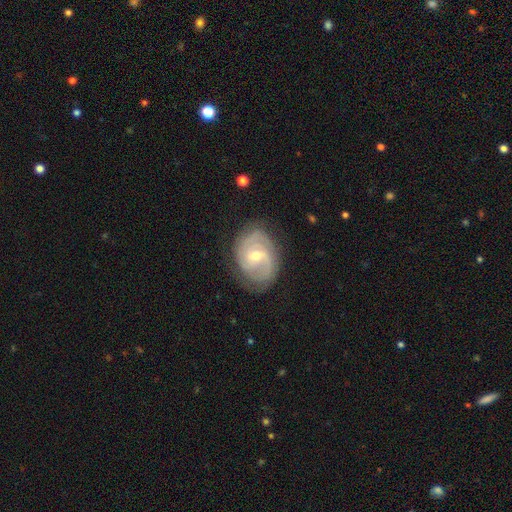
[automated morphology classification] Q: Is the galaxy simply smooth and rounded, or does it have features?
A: featured or disk — 83%.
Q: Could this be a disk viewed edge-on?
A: no — 97%.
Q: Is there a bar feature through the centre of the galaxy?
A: weak — 55%.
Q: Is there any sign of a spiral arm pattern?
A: yes — 94%.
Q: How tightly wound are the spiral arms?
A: tight — 44%.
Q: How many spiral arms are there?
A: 2 — 60%.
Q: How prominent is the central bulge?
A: moderate — 52%.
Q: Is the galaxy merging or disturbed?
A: none — 73%.